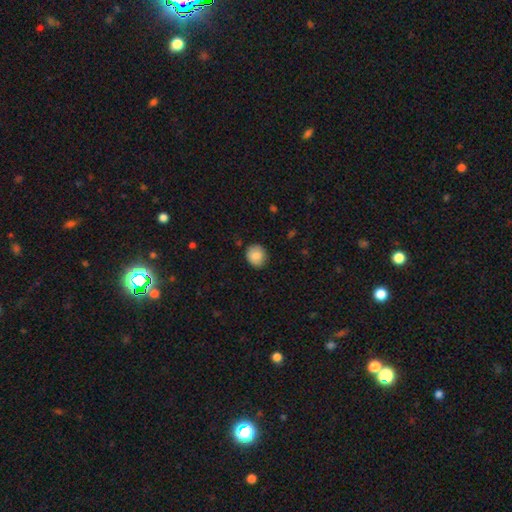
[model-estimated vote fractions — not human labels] Smooth or featured?
  - smooth: 85% *
  - star or artifact: 8%
  - featured or disk: 7%
How rounded?
  - round: 79% *
  - in between: 20%
  - cigar-shaped: 1%
Merging?
  - none: 83% *
  - minor disturbance: 14%
  - major disturbance: 3%
  - merger: 1%